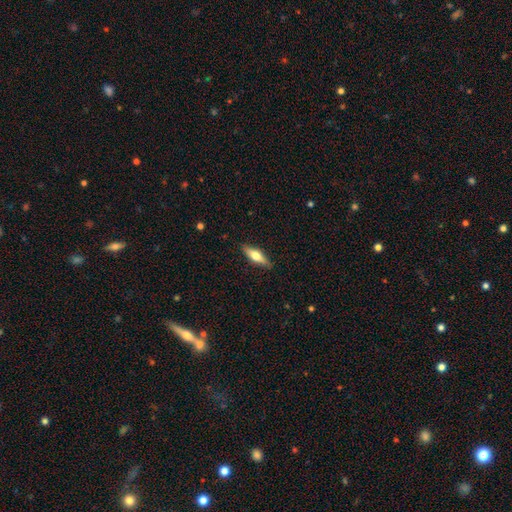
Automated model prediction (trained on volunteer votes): Smooth or featured? smooth (53%)
How rounded? cigar-shaped (56%)
Merging? none (87%)